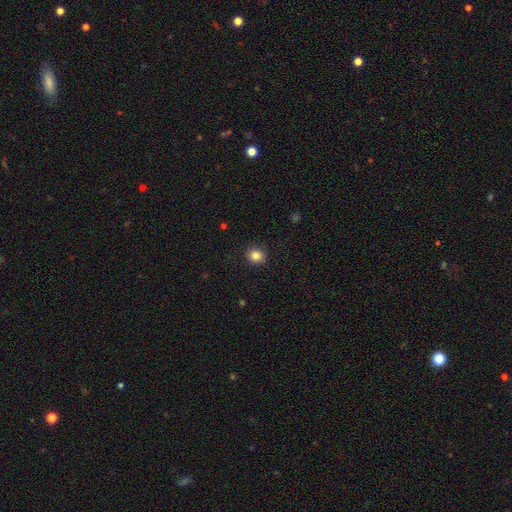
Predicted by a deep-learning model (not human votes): This appears to be a smooth galaxy with no disk features (85%) that is round (82%). Merging: none (91%).